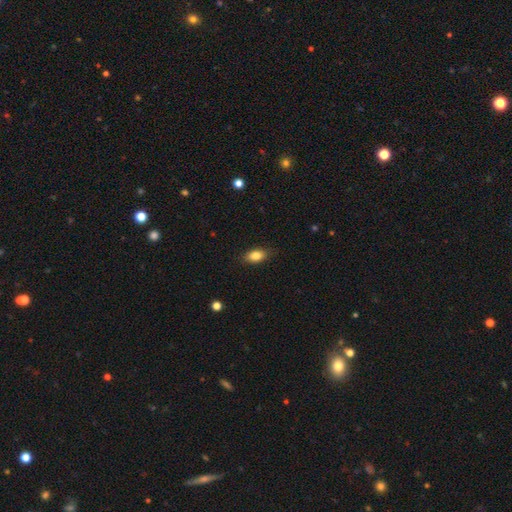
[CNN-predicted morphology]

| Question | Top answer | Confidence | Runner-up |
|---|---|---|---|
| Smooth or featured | smooth | 84% | featured or disk (8%) |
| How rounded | in between | 87% | round (8%) |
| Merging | none | 84% | minor disturbance (12%) |